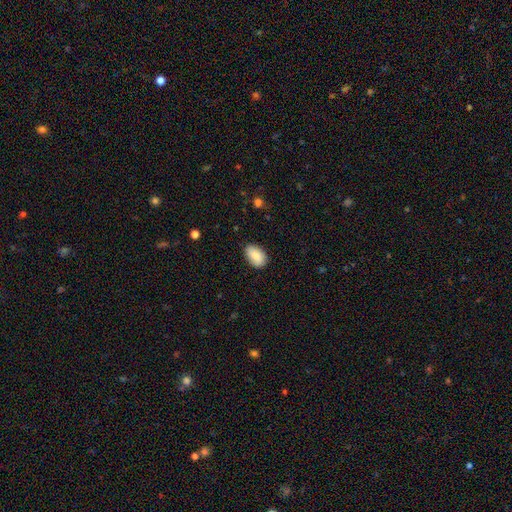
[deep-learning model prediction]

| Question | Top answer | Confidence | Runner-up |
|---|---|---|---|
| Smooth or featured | smooth | 86% | featured or disk (7%) |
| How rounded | in between | 92% | round (7%) |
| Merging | none | 81% | minor disturbance (16%) |